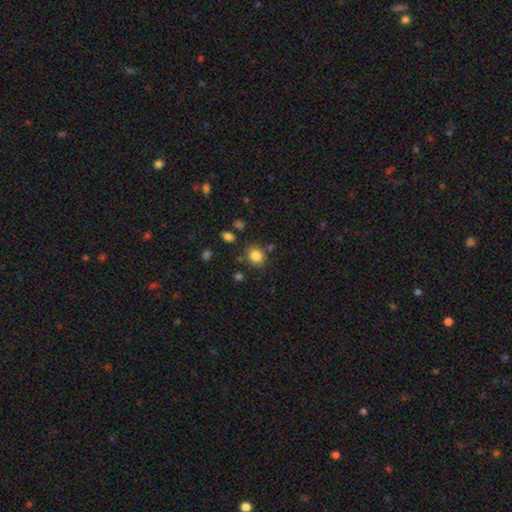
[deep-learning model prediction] A smooth galaxy with no disk features (83%) that is round (71%).

Vote fractions:
- Smooth or featured? smooth: 83% / star or artifact: 11% / featured or disk: 6%
- How rounded? round: 71% / in between: 29% / cigar-shaped: 1%
- Merging? none: 81% / minor disturbance: 10% / merger: 5% / major disturbance: 3%